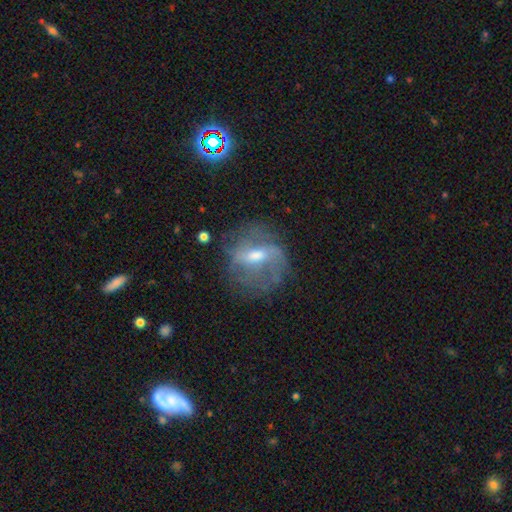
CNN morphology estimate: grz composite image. It shows a featured or disk galaxy (65%) with a weak bar (49%), spiral arms (56%) and a moderate central bulge (58%). Merging: none (53%).